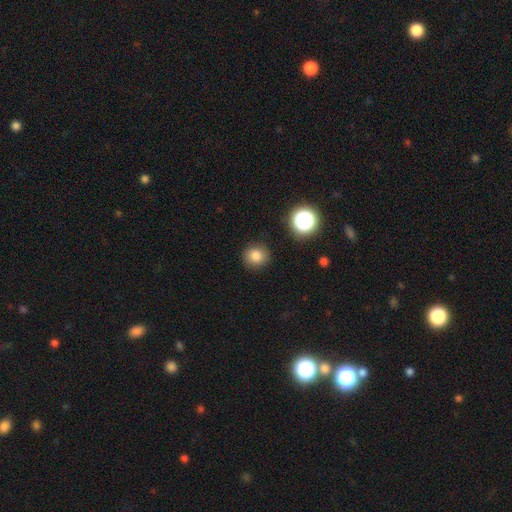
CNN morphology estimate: Q: Smooth or featured?
A: smooth (82%); runner-up: star or artifact (13%)
Q: How rounded?
A: round (89%); runner-up: in between (10%)
Q: Merging?
A: none (88%); runner-up: minor disturbance (8%)